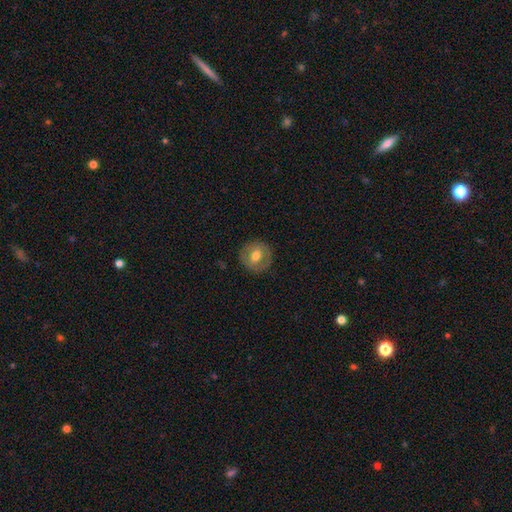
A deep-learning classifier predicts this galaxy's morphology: Smooth or featured? smooth (54%)
How rounded? round (91%)
Merging? none (87%)